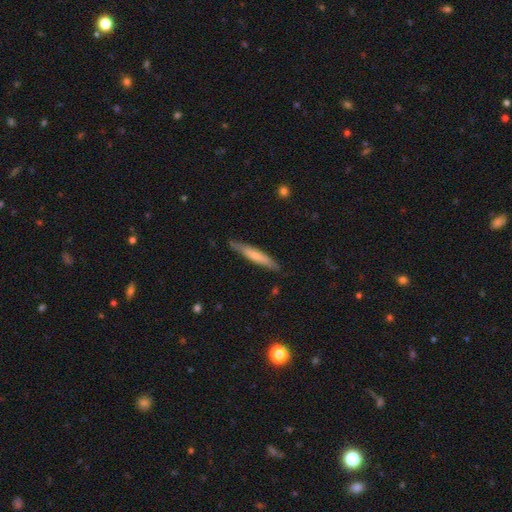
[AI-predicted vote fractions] Overall: smooth (59%; featured or disk 36%). How rounded: cigar-shaped (92%). Merging: none (82%).